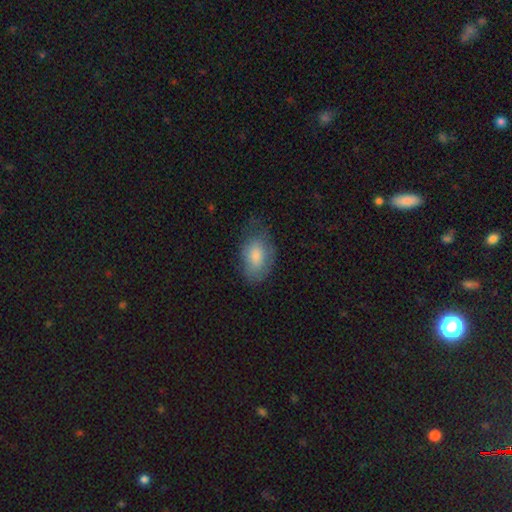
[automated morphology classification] Smooth or featured: smooth — 78% (featured or disk — 15%)
How rounded: in between — 89% (round — 9%)
Merging: none — 56% (minor disturbance — 29%)